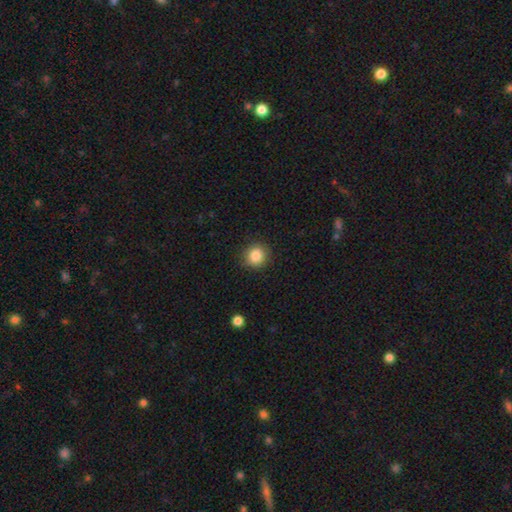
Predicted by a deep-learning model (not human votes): This appears to be a smooth galaxy with no disk features (86%) that is round (89%). Merging: none (90%).